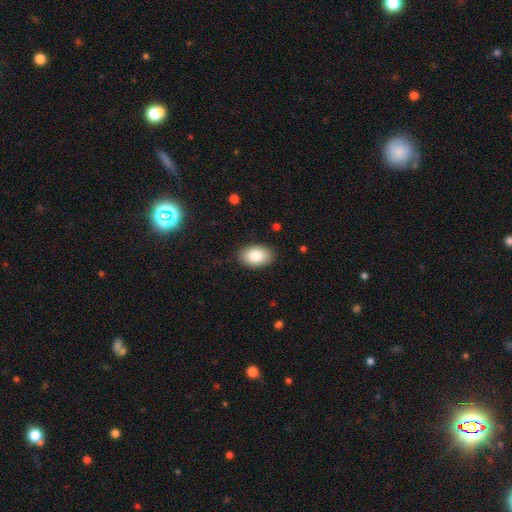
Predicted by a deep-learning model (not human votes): Q: Smooth or featured?
A: smooth (86%); runner-up: featured or disk (8%)
Q: How rounded?
A: in between (90%); runner-up: round (8%)
Q: Merging?
A: none (87%); runner-up: minor disturbance (10%)